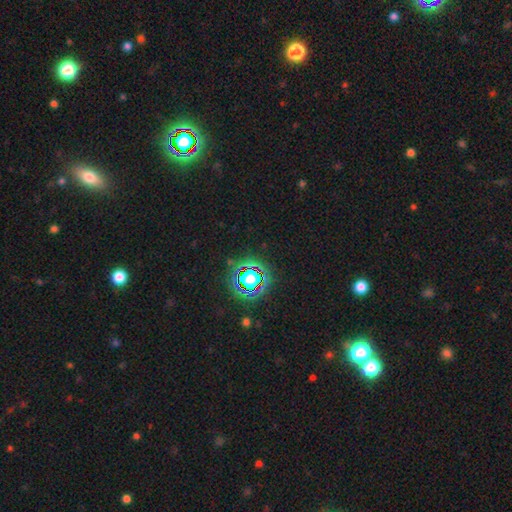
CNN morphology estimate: Smooth or featured? Predicted: star or artifact (p=0.81).